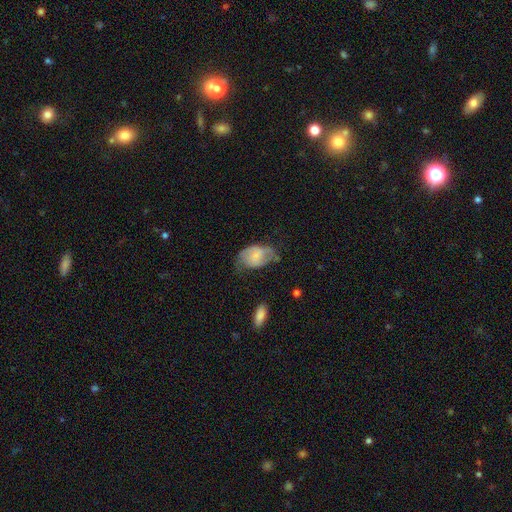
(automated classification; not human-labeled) smooth 54%, featured or disk 38%, star or artifact 8%. Down the decision tree: how rounded — in between (87%); merging — none (41%).